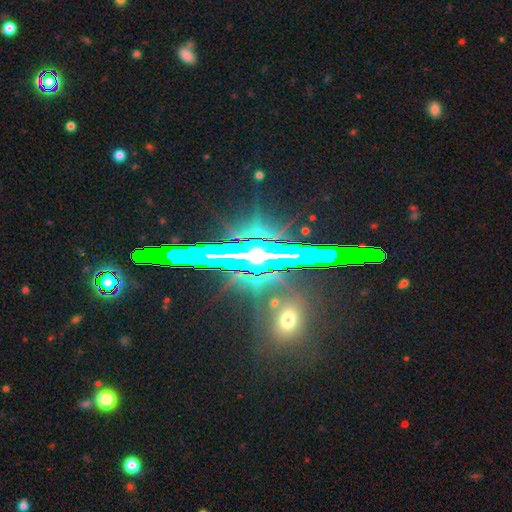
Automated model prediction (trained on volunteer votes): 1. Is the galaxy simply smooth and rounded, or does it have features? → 69% star or artifact, 16% featured or disk, 15% smooth.